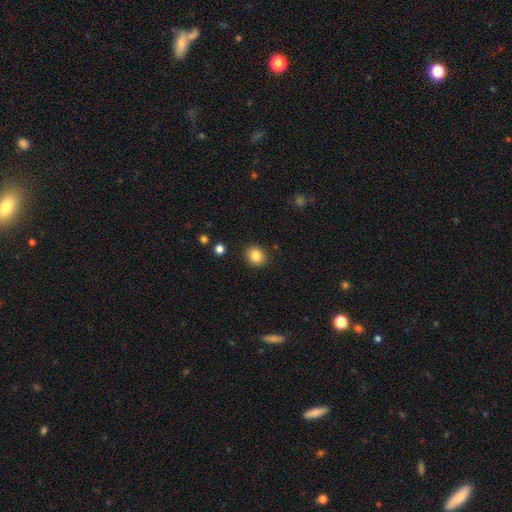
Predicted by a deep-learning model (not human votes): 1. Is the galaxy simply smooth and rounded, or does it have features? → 84% smooth, 10% star or artifact, 6% featured or disk.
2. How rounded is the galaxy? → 73% round, 27% in between, 1% cigar-shaped.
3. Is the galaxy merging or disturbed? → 90% none, 7% minor disturbance, 2% major disturbance, 1% merger.